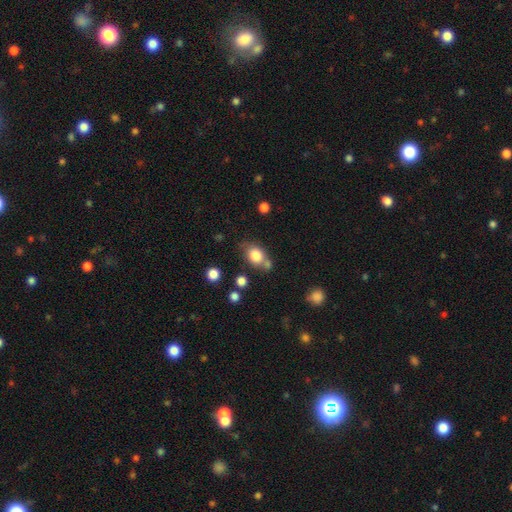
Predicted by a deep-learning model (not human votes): Smooth or featured? Predicted: smooth (p=0.81). How rounded? Predicted: in between (p=0.54). Merging? Predicted: none (p=0.56).